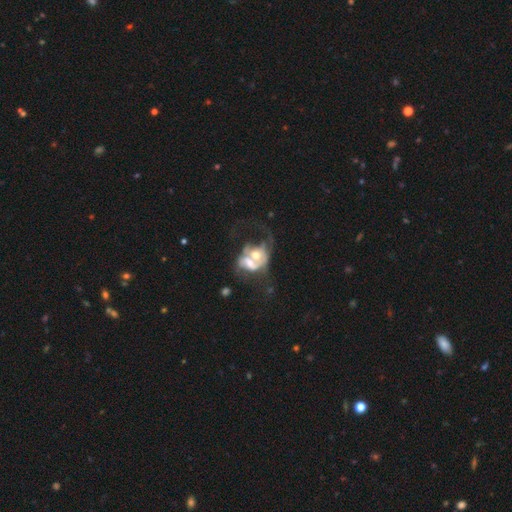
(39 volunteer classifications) Smooth or featured: featured or disk — 64% (smooth — 31%)
Edge-on disk: no — 92% (yes — 8%)
Bar: no — 83% (weak — 13%)
Spiral arms: no — 61% (yes — 39%)
Bulge size: moderate — 65% (large — 22%)
Merging: merger — 70% (major disturbance — 22%)